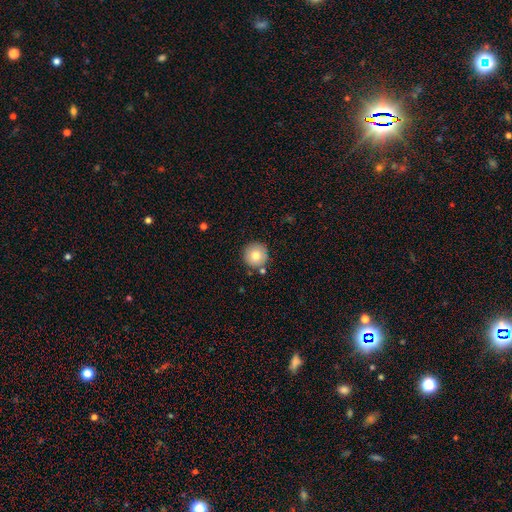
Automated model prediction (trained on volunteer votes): smooth-or-featured: smooth: 80% | featured or disk: 12% | star or artifact: 9%
  how-rounded: round: 96% | in between: 3% | cigar-shaped: 1%
  merging: none: 84% | minor disturbance: 8% | merger: 5% | major disturbance: 2%